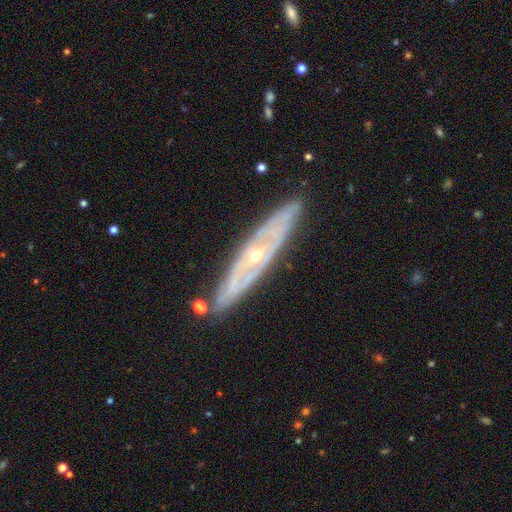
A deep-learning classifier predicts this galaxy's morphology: A featured or disk galaxy (82%).

Vote fractions:
- Smooth or featured? featured or disk: 82% / smooth: 12% / star or artifact: 5%
- Edge-on disk? no: 57% / yes: 43%
- Merging? none: 80% / minor disturbance: 14% / major disturbance: 4% / merger: 2%